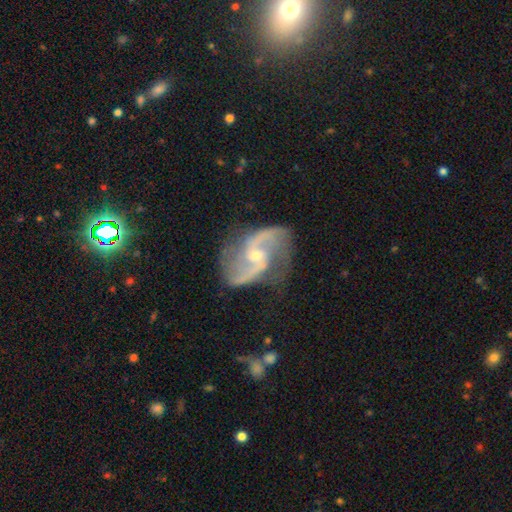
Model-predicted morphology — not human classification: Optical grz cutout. It shows a featured or disk galaxy (91%) with a weak bar (45%), 2 (91%) loose (52%) spiral arms (97%) and a small central bulge (58%). Merging: none (71%).